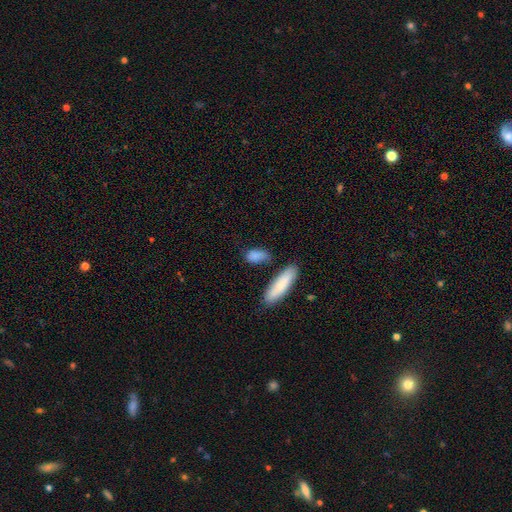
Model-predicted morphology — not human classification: type=smooth (83%); roundness=in between (74%); merging=none (63%).